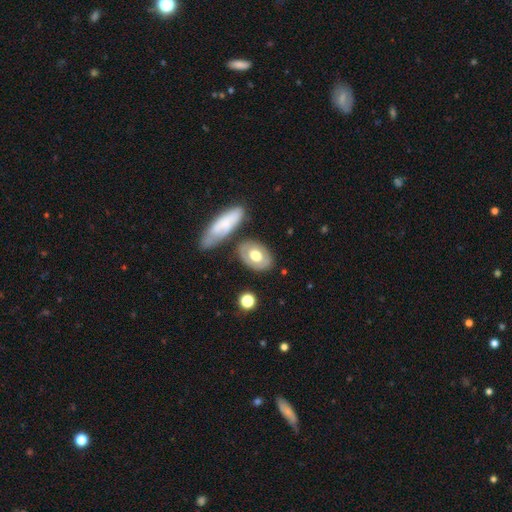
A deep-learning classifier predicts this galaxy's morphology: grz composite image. It shows a smooth galaxy with no disk features (48%). Merging: none (71%).